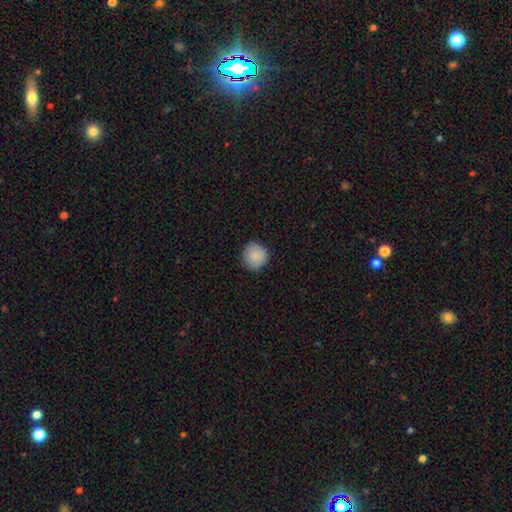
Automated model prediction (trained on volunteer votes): Smooth or featured: smooth — 88% (star or artifact — 7%)
How rounded: round — 92% (in between — 7%)
Merging: none — 86% (minor disturbance — 11%)